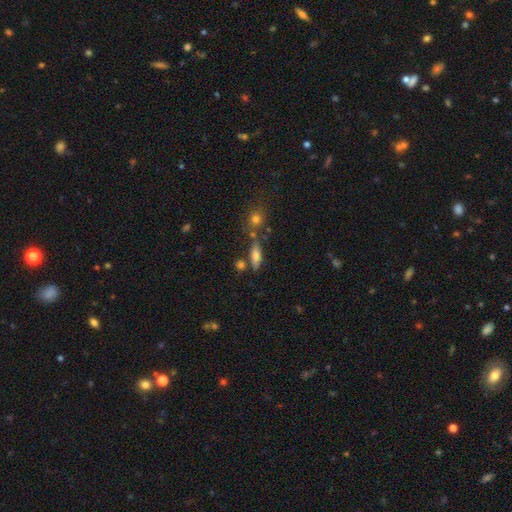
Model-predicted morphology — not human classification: Q: Smooth or featured?
A: smooth (69%); runner-up: featured or disk (22%)
Q: How rounded?
A: in between (50%); runner-up: cigar-shaped (45%)
Q: Merging?
A: none (65%); runner-up: minor disturbance (15%)